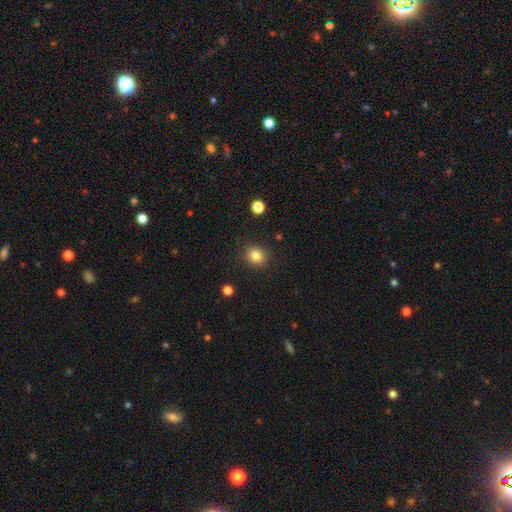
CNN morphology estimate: Smooth or featured? smooth (84%)
How rounded? round (77%)
Merging? none (88%)